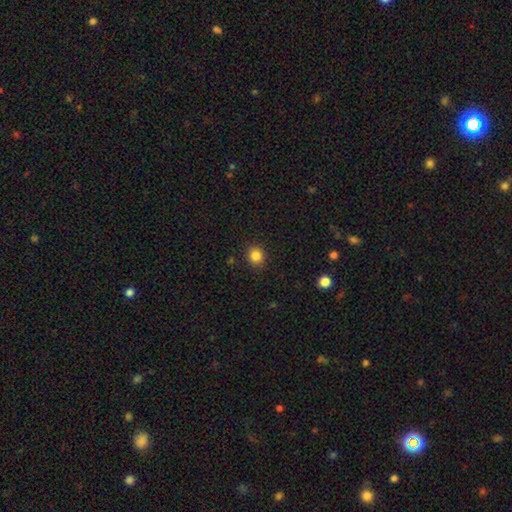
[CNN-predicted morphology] smooth 85%, star or artifact 11%, featured or disk 4%. Down the decision tree: how rounded — round (88%); merging — none (90%).